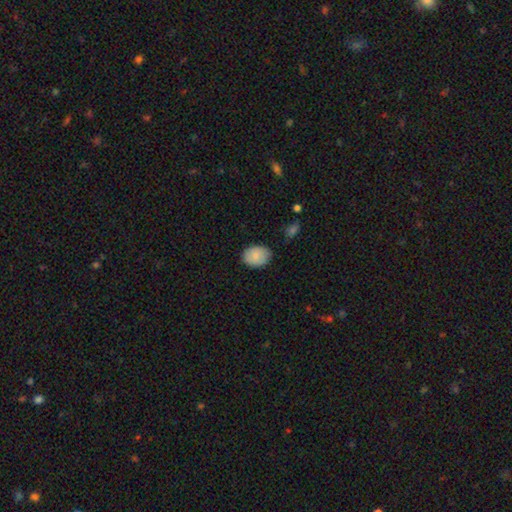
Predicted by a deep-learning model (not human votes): Smooth or featured?
  - smooth: 85% *
  - featured or disk: 8%
  - star or artifact: 7%
How rounded?
  - in between: 70% *
  - round: 29%
  - cigar-shaped: 1%
Merging?
  - none: 78% *
  - minor disturbance: 18%
  - major disturbance: 3%
  - merger: 2%